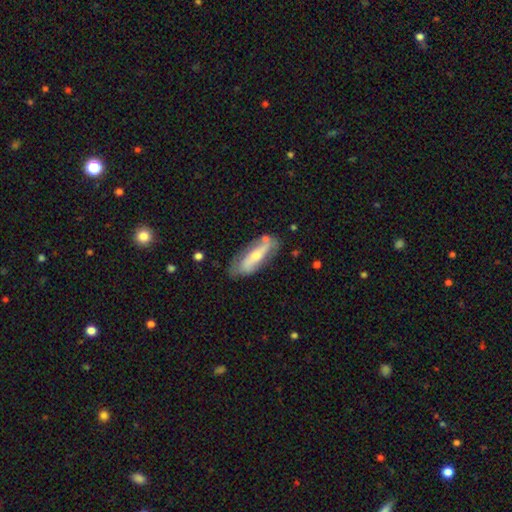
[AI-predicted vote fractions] Smooth or featured? featured or disk (55%)
Edge-on disk? no (66%)
Merging? none (64%)